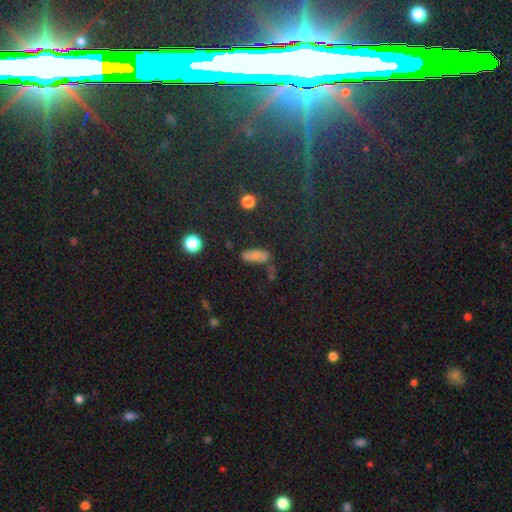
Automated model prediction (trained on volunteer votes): Q: Smooth or featured?
A: smooth (72%); runner-up: star or artifact (14%)
Q: How rounded?
A: in between (77%); runner-up: cigar-shaped (18%)
Q: Merging?
A: none (64%); runner-up: minor disturbance (21%)